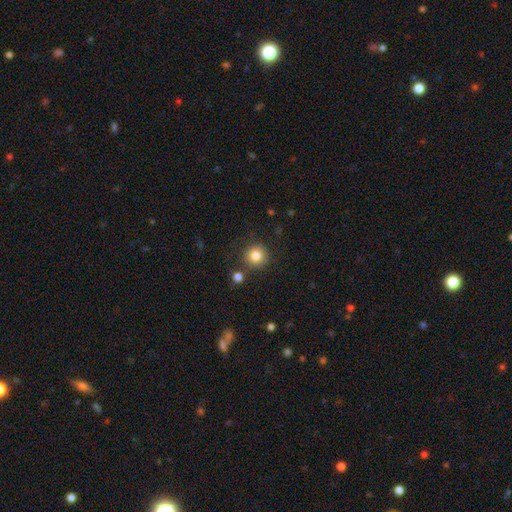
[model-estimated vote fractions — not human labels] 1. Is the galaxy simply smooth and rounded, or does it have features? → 84% smooth, 10% star or artifact, 6% featured or disk.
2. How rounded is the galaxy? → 94% round, 5% in between, 1% cigar-shaped.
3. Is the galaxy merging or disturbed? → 84% none, 8% minor disturbance, 6% merger, 3% major disturbance.